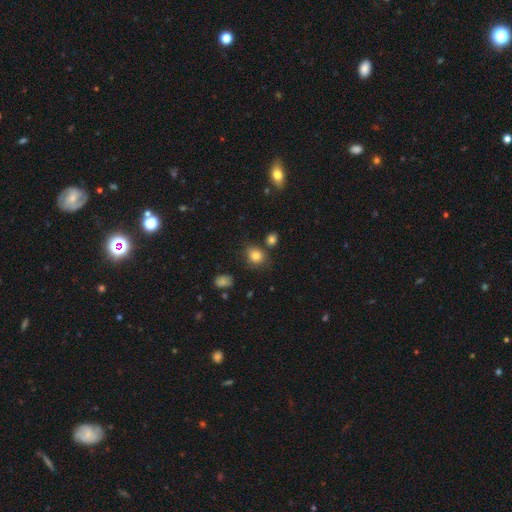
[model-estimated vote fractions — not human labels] Q: Smooth or featured?
A: smooth (82%); runner-up: star or artifact (11%)
Q: How rounded?
A: round (65%); runner-up: in between (34%)
Q: Merging?
A: none (73%); runner-up: minor disturbance (14%)